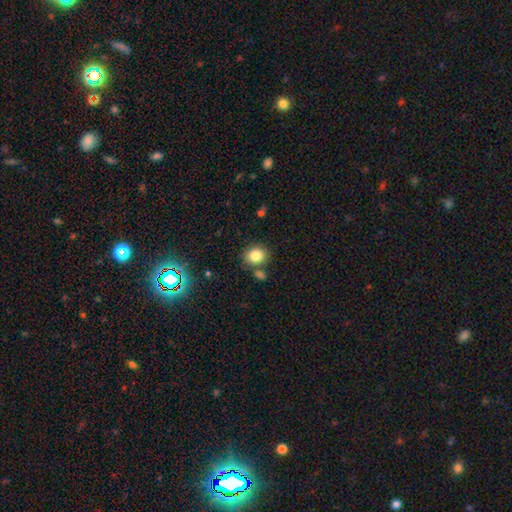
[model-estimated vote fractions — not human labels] The model was most divided on "how rounded": round: 62%, in between: 37%, cigar-shaped: 1%. More confident: smooth or featured — smooth (83%); merging — none (73%).